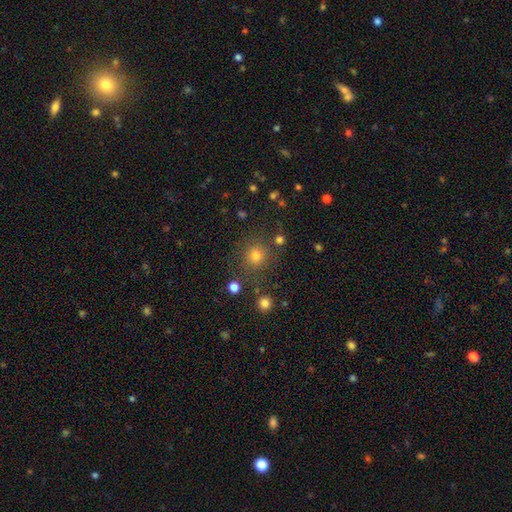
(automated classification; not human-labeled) smooth 74%, star or artifact 19%, featured or disk 7%. Down the decision tree: how rounded — round (91%); merging — none (81%).